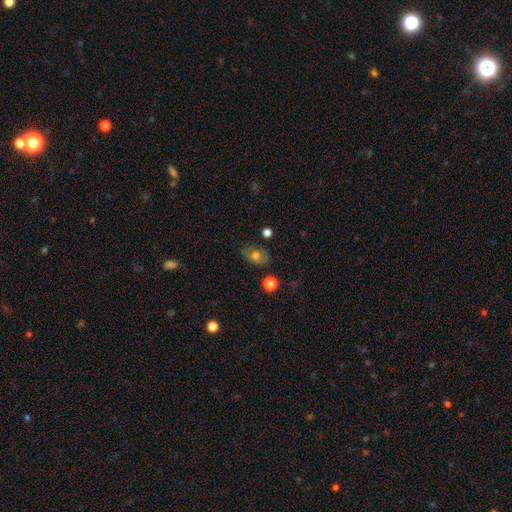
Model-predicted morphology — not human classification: type=smooth (69%); roundness=in between (79%); merging=none (75%).